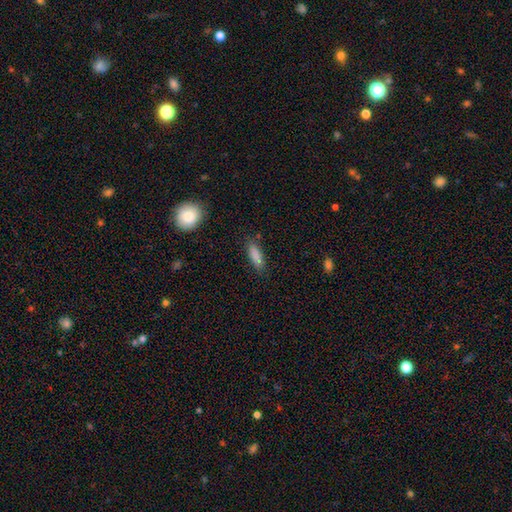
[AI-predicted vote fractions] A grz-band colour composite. It shows a smooth galaxy with no disk features (84%) that is cigar-shaped (51%). Merging: none (79%).